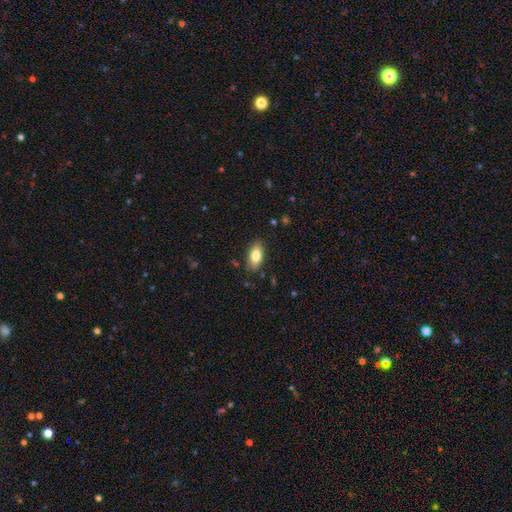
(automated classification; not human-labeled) A smooth galaxy with no disk features (81%) that is in between round and cigar-shaped (90%). Merging: none (84%).